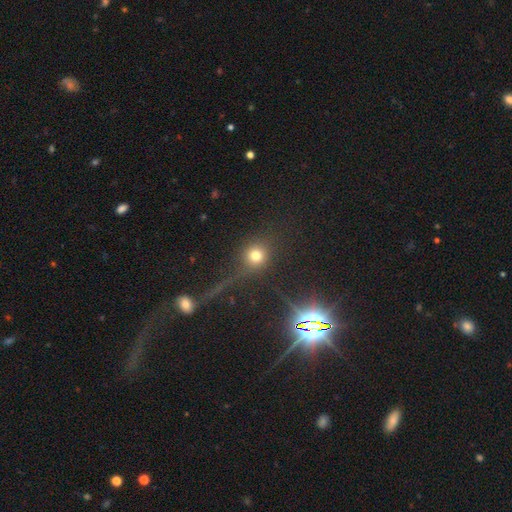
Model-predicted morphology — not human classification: Smooth or featured?
  - smooth: 68% *
  - star or artifact: 21%
  - featured or disk: 11%
How rounded?
  - round: 85% *
  - in between: 13%
  - cigar-shaped: 2%
Merging?
  - none: 73% *
  - minor disturbance: 11%
  - major disturbance: 10%
  - merger: 6%